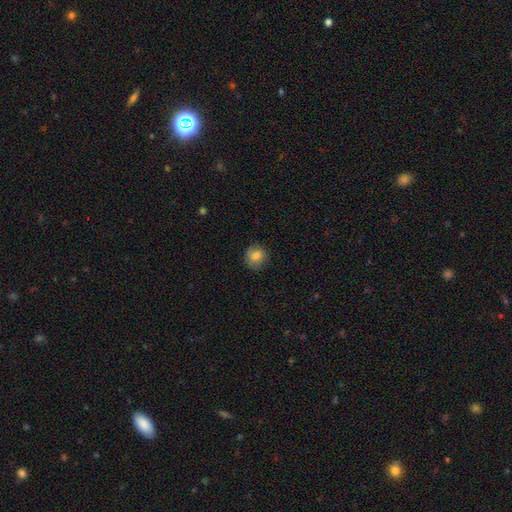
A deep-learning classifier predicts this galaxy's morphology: Smooth or featured? smooth (83%)
How rounded? round (86%)
Merging? none (82%)